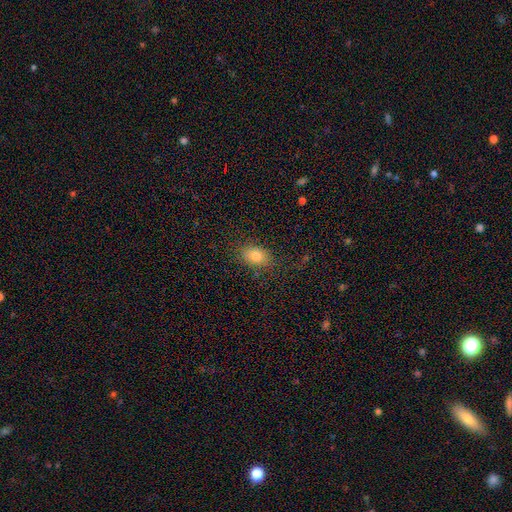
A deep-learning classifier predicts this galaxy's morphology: This appears to be a smooth galaxy with no disk features (80%) that is in between round and cigar-shaped (82%). Merging: none (83%).